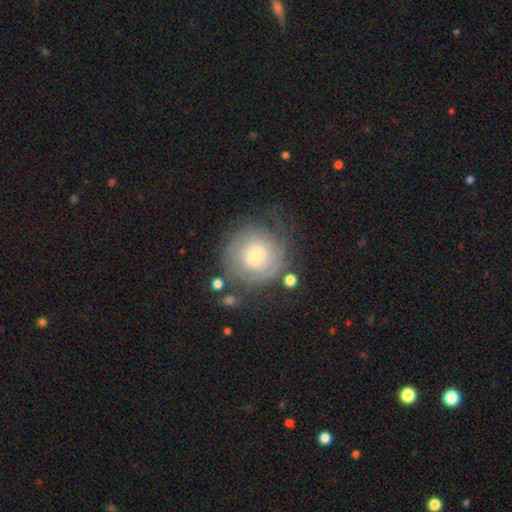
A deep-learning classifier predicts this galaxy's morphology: The model was most divided on "bulge size": moderate: 44%, small: 34%, large: 16%, none: 3%, dominant: 3%. Remaining: edge-on disk — no (97%); spiral arms — yes (88%); bar — no (75%); spiral winding — tight (72%); smooth or featured — featured or disk (70%); merging — none (67%); spiral arm count — can't tell (46%).